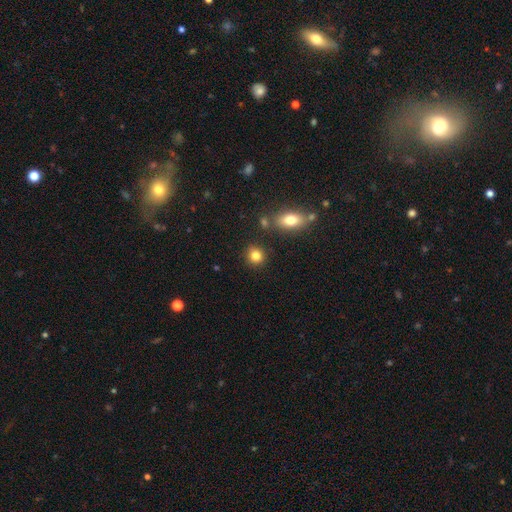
Q: Smooth or featured?
A: smooth (90%); runner-up: star or artifact (10%)
Q: How rounded?
A: round (83%); runner-up: in between (14%)
Q: Merging?
A: none (89%); runner-up: minor disturbance (6%)